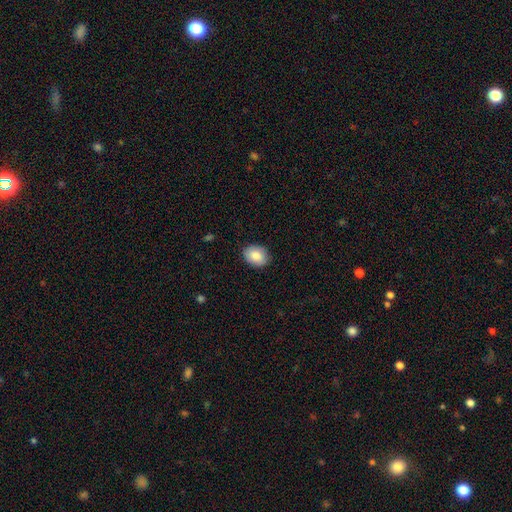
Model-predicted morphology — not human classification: The model was most divided on "how rounded": in between: 63%, round: 36%, cigar-shaped: 1%. More confident: merging — none (87%); smooth or featured — smooth (85%).